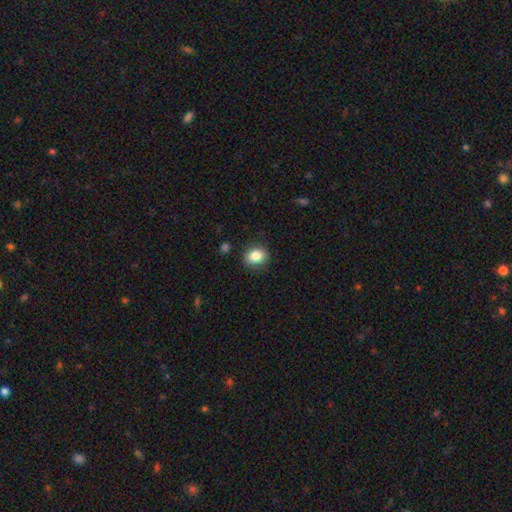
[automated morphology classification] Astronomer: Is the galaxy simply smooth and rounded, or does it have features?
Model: smooth — 84%.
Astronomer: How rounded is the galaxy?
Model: round — 56% (runner-up: in between, 43%).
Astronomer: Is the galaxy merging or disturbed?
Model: none — 84%.